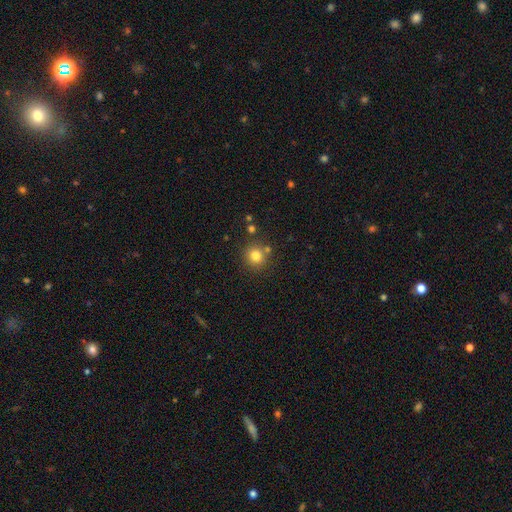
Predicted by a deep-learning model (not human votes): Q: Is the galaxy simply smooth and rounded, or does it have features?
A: smooth — 80%.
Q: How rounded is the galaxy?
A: round — 89%.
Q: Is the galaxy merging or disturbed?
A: none — 78%.